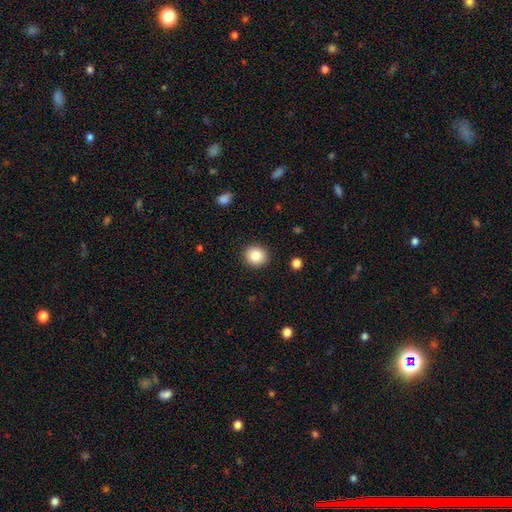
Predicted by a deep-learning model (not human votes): This is clearly a smooth galaxy (85%). How rounded: clearly round (87%). Merging: clearly none (91%).